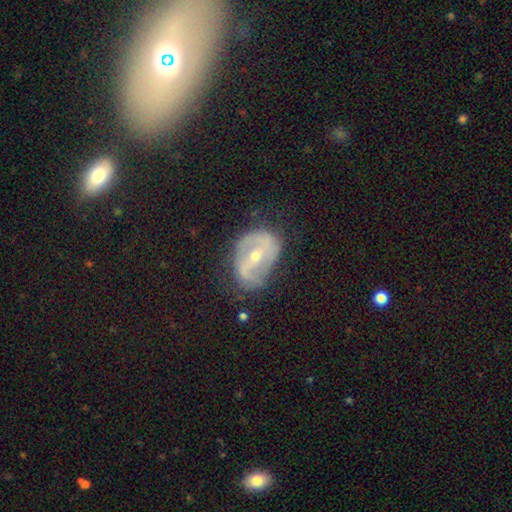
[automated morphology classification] A featured or disk galaxy (75%) with a strong bar (48%), 2 (76%) medium (42%) spiral arms (71%) and a small central bulge (53%). Merging: none (64%).